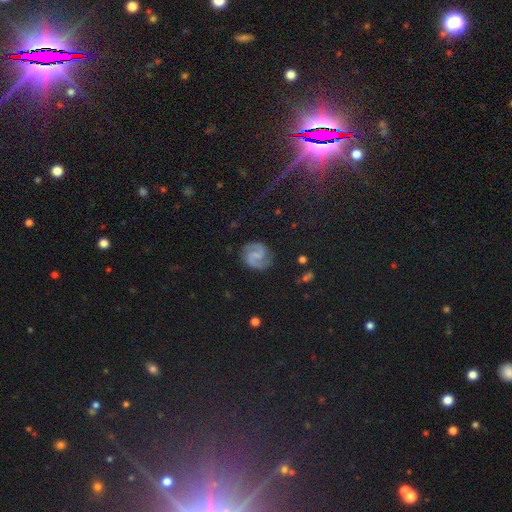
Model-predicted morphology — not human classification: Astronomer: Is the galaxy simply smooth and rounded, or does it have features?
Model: featured or disk — 83%.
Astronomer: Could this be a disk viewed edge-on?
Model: no — 98%.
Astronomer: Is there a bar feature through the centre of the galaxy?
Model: weak — 48% (runner-up: no, 35%).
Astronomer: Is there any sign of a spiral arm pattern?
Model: yes — 97%.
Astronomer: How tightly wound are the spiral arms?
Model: medium — 55%.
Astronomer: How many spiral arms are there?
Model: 2 — 93%.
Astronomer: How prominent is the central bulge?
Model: none — 53% (runner-up: small, 32%).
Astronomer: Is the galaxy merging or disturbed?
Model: none — 83%.